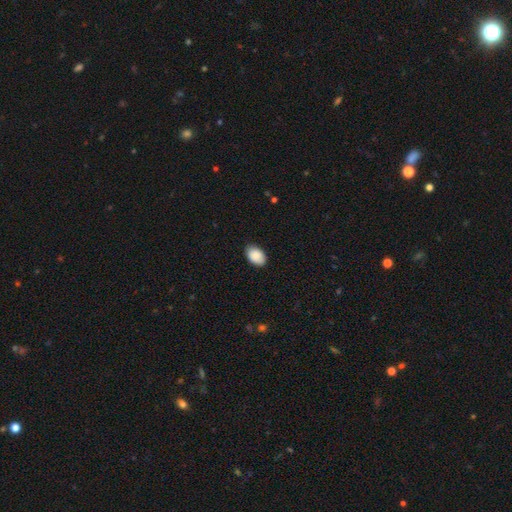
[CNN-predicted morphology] Smooth or featured? Predicted: smooth (p=0.89). How rounded? Predicted: in between (p=0.89). Merging? Predicted: none (p=0.86).